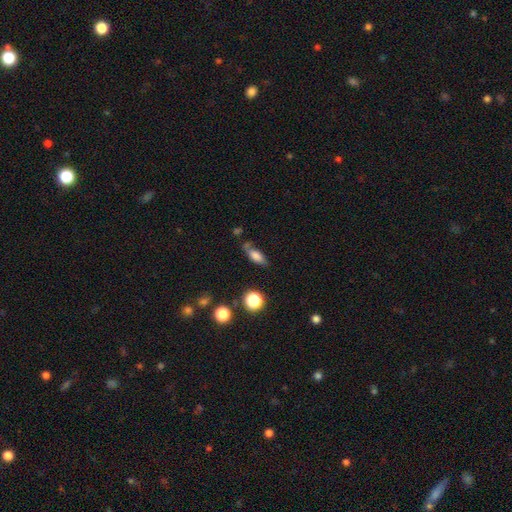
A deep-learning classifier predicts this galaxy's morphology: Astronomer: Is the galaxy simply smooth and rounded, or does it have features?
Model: smooth — 72%.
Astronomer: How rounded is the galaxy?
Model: in between — 71%.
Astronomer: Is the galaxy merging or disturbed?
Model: none — 60%.